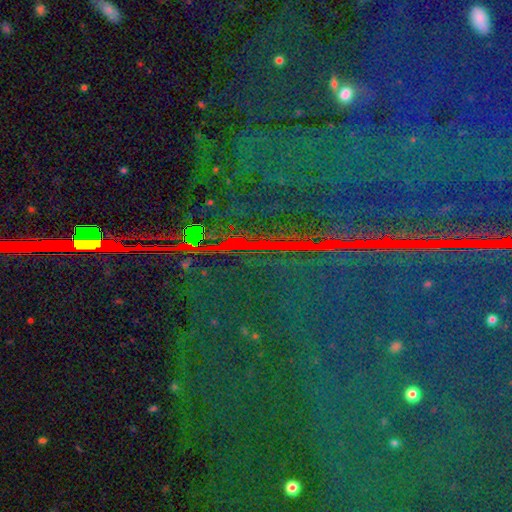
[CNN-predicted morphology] Smooth or featured? Predicted: star or artifact (p=0.87).